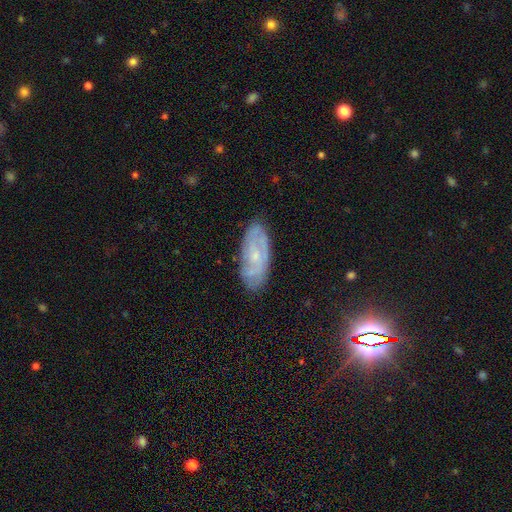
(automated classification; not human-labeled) Smooth or featured?
  - featured or disk: 69% *
  - smooth: 23%
  - star or artifact: 9%
Edge-on disk?
  - no: 91% *
  - yes: 9%
Bar?
  - no: 66% *
  - weak: 29%
  - strong: 6%
Spiral arms?
  - yes: 83% *
  - no: 17%
Spiral winding?
  - tight: 55% *
  - medium: 34%
  - loose: 11%
Spiral arm count?
  - can't tell: 44% *
  - 2: 32%
  - 3: 11%
  - 4: 6%
  - 1: 4%
  - more than 4: 4%
Bulge size?
  - small: 75% *
  - moderate: 19%
  - none: 5%
  - large: 1%
  - dominant: 1%
Merging?
  - none: 80% *
  - minor disturbance: 15%
  - major disturbance: 3%
  - merger: 1%